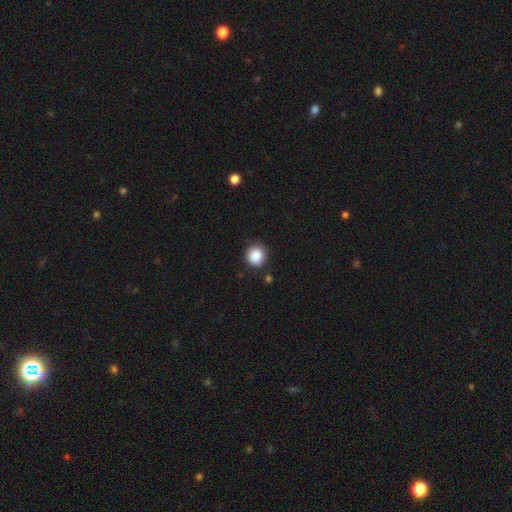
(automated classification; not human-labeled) smooth-or-featured: smooth: 88% | star or artifact: 9% | featured or disk: 3%
  how-rounded: round: 90% | in between: 9% | cigar-shaped: 1%
  merging: none: 83% | minor disturbance: 12% | major disturbance: 3% | merger: 3%